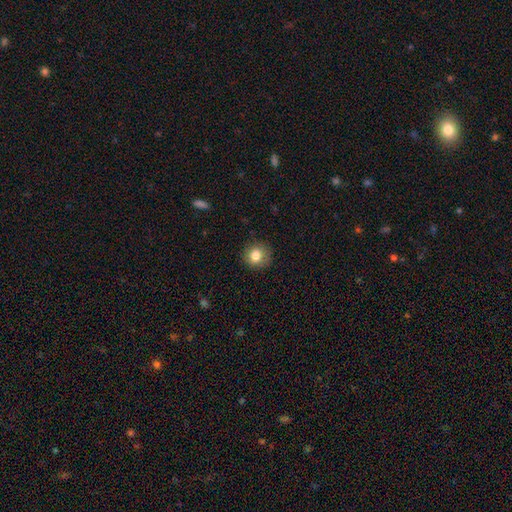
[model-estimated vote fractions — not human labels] A smooth galaxy with no disk features (83%) that is round (87%).

Vote fractions:
- Smooth or featured? smooth: 83% / star or artifact: 10% / featured or disk: 8%
- How rounded? round: 87% / in between: 12% / cigar-shaped: 1%
- Merging? none: 85% / minor disturbance: 11% / major disturbance: 3% / merger: 1%